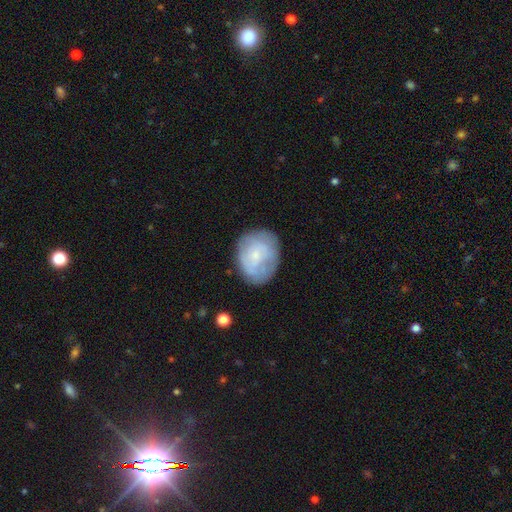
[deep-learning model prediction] smooth 56%, featured or disk 36%, star or artifact 8%. Down the decision tree: how rounded — round (52%); merging — none (70%).